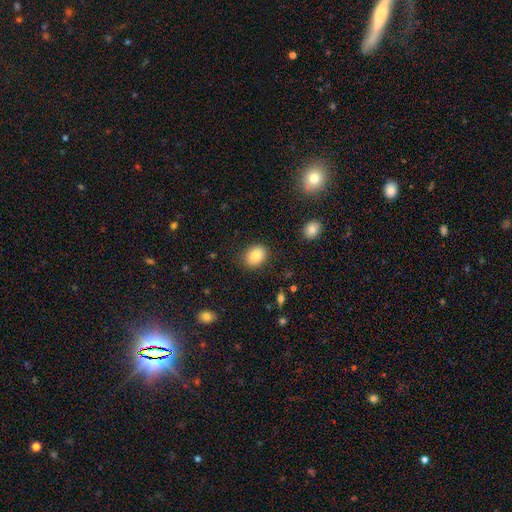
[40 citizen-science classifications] Overall: smooth (88%). How rounded: in between (71%). Merging: none (81%).